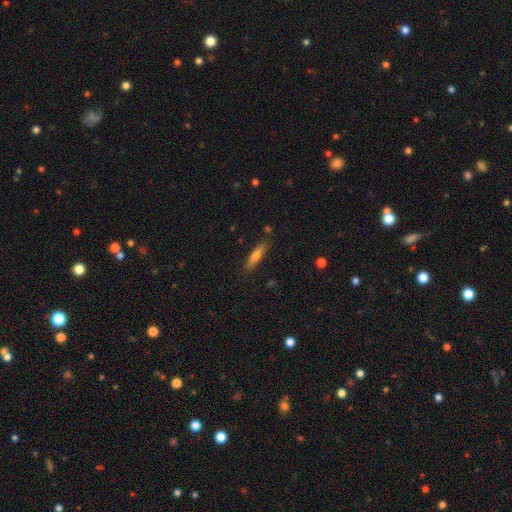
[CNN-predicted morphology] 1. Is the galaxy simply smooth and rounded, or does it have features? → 59% smooth, 34% featured or disk, 7% star or artifact.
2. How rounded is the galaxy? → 82% cigar-shaped, 16% in between, 2% round.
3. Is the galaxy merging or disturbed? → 86% none, 10% minor disturbance, 2% merger, 2% major disturbance.